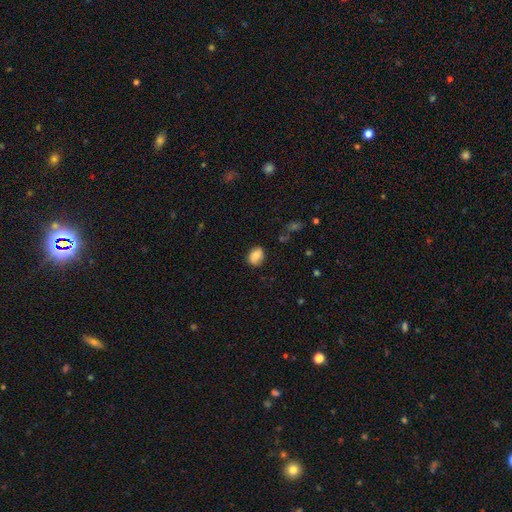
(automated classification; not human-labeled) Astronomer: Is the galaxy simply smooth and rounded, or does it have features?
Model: smooth — 77%.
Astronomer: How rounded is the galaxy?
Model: in between — 57% (runner-up: round, 41%).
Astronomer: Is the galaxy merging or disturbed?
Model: none — 77%.